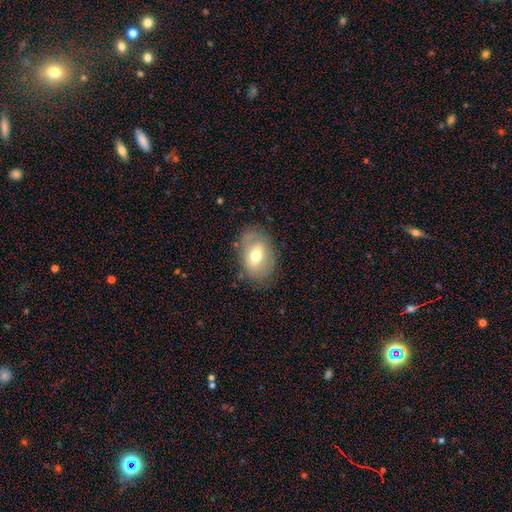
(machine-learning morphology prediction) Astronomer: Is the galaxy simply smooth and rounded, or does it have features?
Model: smooth — 52% (runner-up: featured or disk, 39%).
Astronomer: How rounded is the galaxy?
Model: in between — 78%.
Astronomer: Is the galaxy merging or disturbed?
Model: none — 74%.